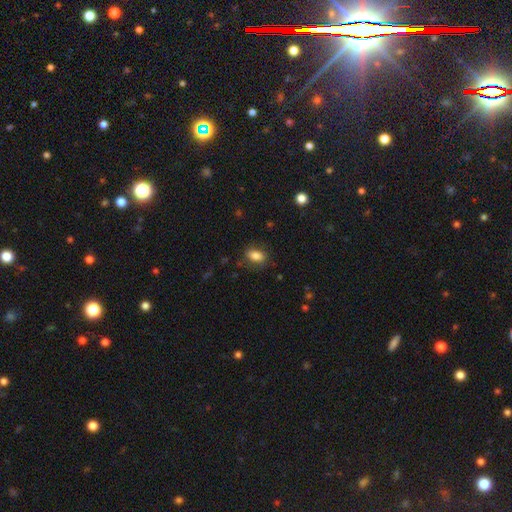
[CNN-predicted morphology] Q: Smooth or featured?
A: smooth (83%); runner-up: star or artifact (9%)
Q: How rounded?
A: in between (84%); runner-up: round (12%)
Q: Merging?
A: none (81%); runner-up: minor disturbance (14%)